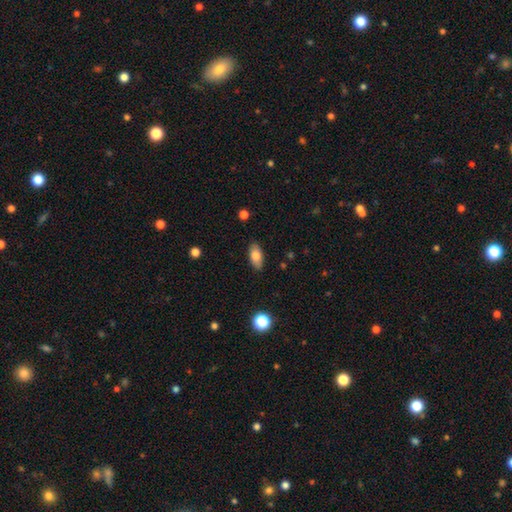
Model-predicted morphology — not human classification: Smooth or featured? Predicted: smooth (p=0.79). How rounded? Predicted: in between (p=0.90). Merging? Predicted: none (p=0.86).